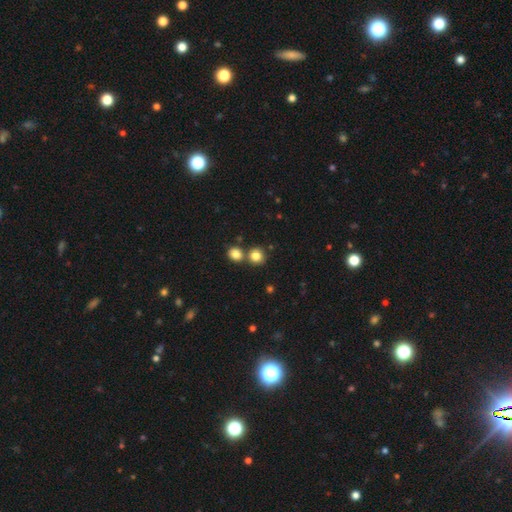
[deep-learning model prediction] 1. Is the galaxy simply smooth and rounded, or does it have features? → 82% smooth, 11% star or artifact, 7% featured or disk.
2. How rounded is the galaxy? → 88% round, 11% in between, 1% cigar-shaped.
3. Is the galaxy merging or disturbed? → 67% none, 24% merger, 7% minor disturbance, 2% major disturbance.